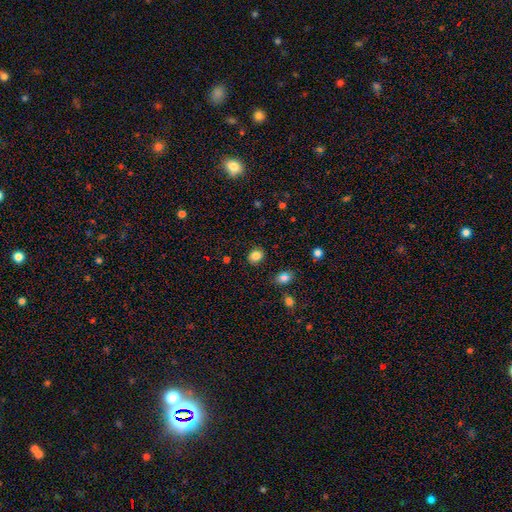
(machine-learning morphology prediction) A smooth galaxy with no disk features (84%) that is round (52%). Merging: none (86%).